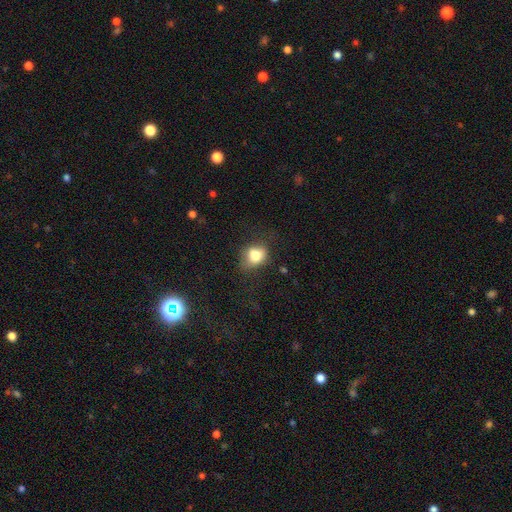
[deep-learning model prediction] This is likely a smooth galaxy (77%). How rounded: possibly in between (56%). Merging: possibly none (57%).